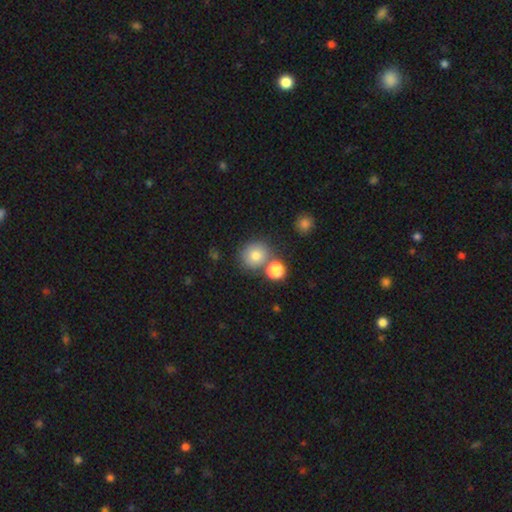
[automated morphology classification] Smooth or featured? smooth (78%)
How rounded? round (88%)
Merging? none (67%)